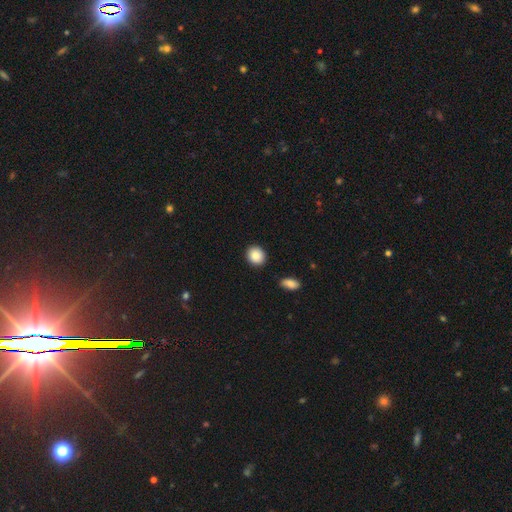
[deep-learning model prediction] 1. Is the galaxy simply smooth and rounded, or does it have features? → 88% smooth, 7% star or artifact, 4% featured or disk.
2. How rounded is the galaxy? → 75% round, 24% in between, 1% cigar-shaped.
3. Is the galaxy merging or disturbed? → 89% none, 7% minor disturbance, 2% merger, 2% major disturbance.